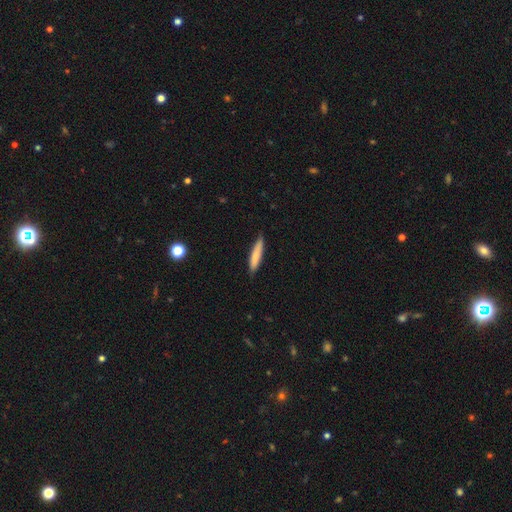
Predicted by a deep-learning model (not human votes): Smooth or featured? Predicted: smooth (p=0.78). How rounded? Predicted: cigar-shaped (p=0.88). Merging? Predicted: none (p=0.83).